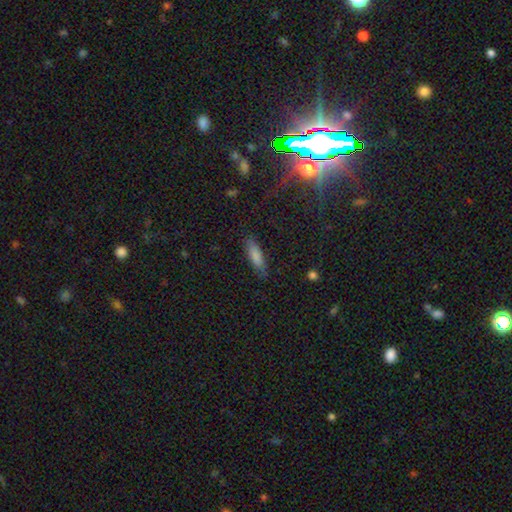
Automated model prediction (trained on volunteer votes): smooth 82%, featured or disk 11%, star or artifact 8%. Down the decision tree: how rounded — cigar-shaped (53%); merging — none (82%).